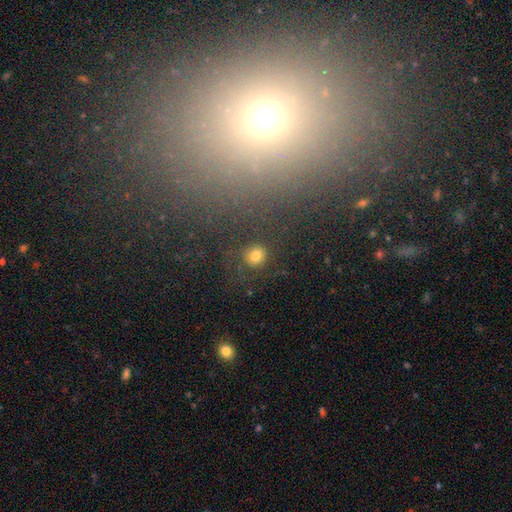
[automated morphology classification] type=smooth (76%); roundness=round (82%); merging=none (78%).